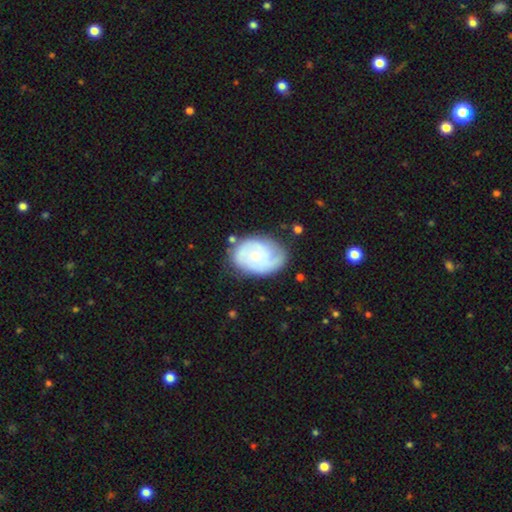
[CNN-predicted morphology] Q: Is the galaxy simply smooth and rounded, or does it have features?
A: featured or disk — 66%.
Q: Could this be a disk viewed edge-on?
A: no — 97%.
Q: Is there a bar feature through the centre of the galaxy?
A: no — 76%.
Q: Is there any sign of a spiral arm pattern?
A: yes — 87%.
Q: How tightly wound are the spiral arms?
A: tight — 60%.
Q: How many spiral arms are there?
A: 2 — 39%.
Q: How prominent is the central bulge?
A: small — 67%.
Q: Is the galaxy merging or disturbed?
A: none — 64%.